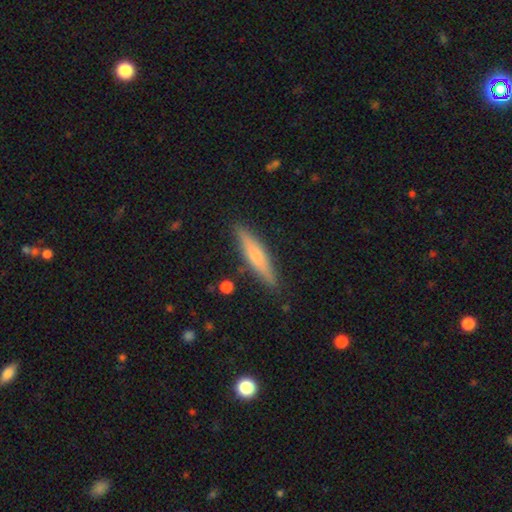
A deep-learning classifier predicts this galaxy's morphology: Smooth or featured?
  - smooth: 60% *
  - featured or disk: 33%
  - star or artifact: 6%
How rounded?
  - cigar-shaped: 87% *
  - in between: 12%
  - round: 2%
Merging?
  - none: 87% *
  - minor disturbance: 9%
  - major disturbance: 2%
  - merger: 2%